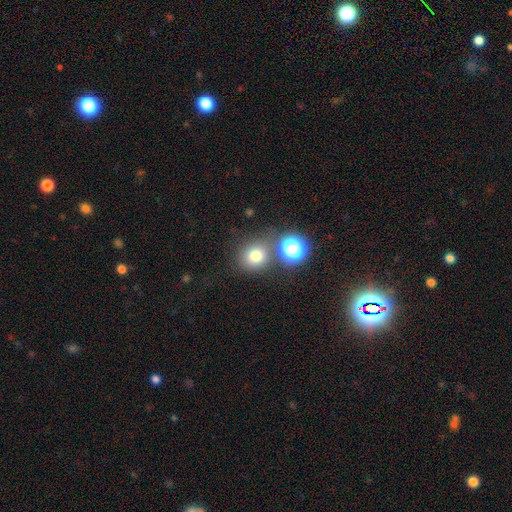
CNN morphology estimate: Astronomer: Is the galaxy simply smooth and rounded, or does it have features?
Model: smooth — 75%.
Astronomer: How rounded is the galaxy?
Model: round — 82%.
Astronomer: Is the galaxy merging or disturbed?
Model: none — 71%.